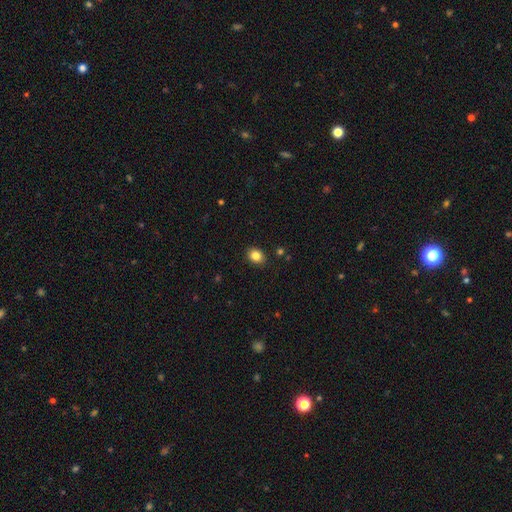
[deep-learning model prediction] Smooth or featured? smooth (84%)
How rounded? round (50%)
Merging? none (90%)